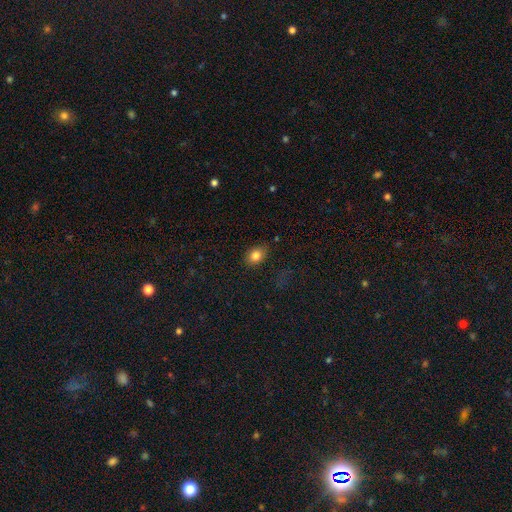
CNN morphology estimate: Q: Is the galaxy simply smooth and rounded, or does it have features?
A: smooth — 82%.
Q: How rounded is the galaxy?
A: in between — 69%.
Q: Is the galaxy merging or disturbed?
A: none — 79%.